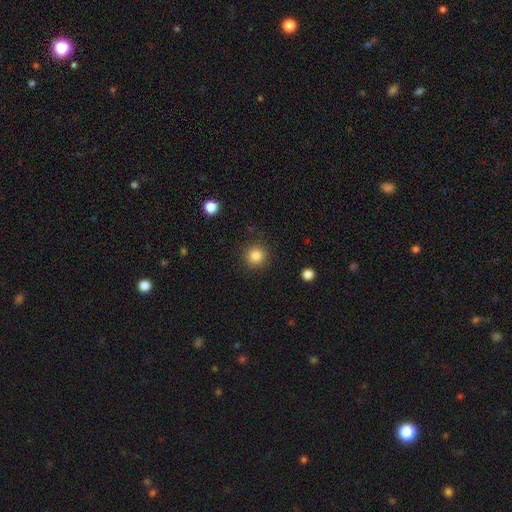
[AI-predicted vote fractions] Smooth or featured?
  - smooth: 84% *
  - star or artifact: 11%
  - featured or disk: 5%
How rounded?
  - round: 94% *
  - in between: 5%
  - cigar-shaped: 1%
Merging?
  - none: 90% *
  - minor disturbance: 6%
  - major disturbance: 2%
  - merger: 1%